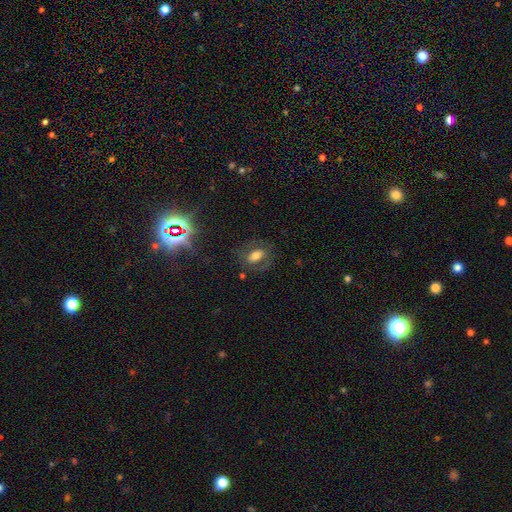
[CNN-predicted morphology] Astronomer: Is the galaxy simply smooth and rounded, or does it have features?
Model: smooth — 55%.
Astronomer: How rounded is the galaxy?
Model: in between — 79%.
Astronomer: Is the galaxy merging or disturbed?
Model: none — 72%.